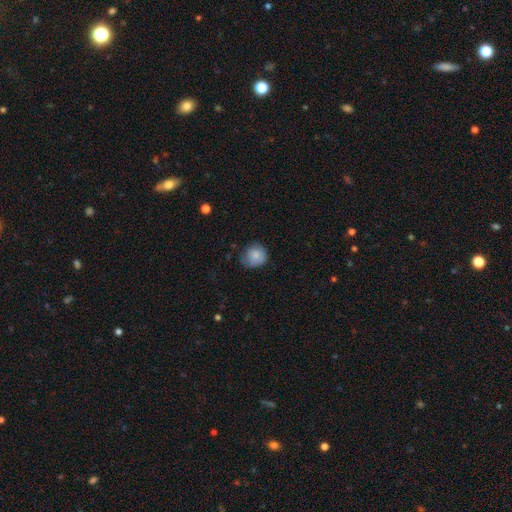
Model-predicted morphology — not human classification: A smooth galaxy with no disk features (83%) that is round (84%). Merging: none (60%).